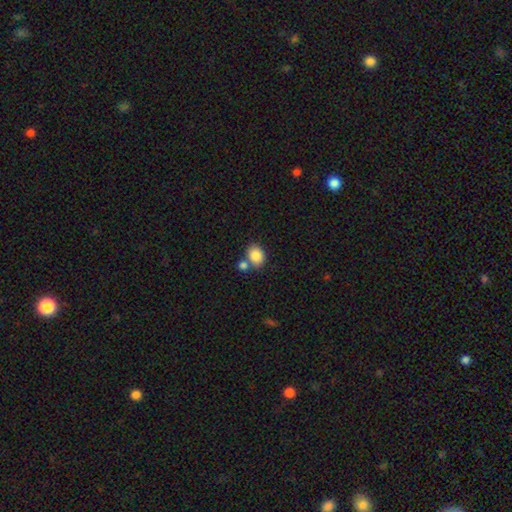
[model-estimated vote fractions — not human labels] A smooth galaxy with no disk features (85%) that is round (53%).

Vote fractions:
- Smooth or featured? smooth: 85% / star or artifact: 8% / featured or disk: 6%
- How rounded? round: 53% / in between: 46% / cigar-shaped: 1%
- Merging? none: 57% / merger: 29% / minor disturbance: 11% / major disturbance: 3%